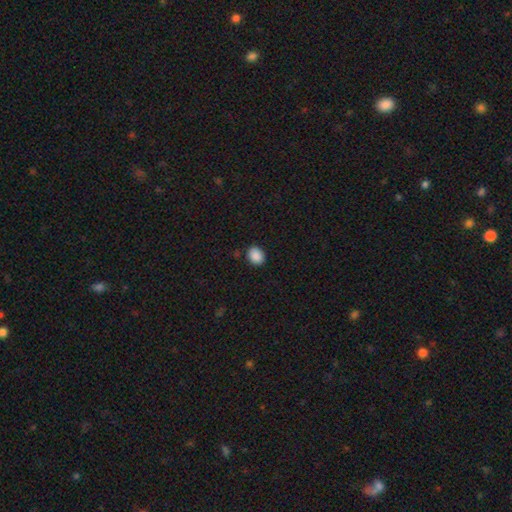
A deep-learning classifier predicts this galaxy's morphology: Smooth or featured? Predicted: smooth (p=0.89). How rounded? Predicted: in between (p=0.50). Merging? Predicted: none (p=0.86).